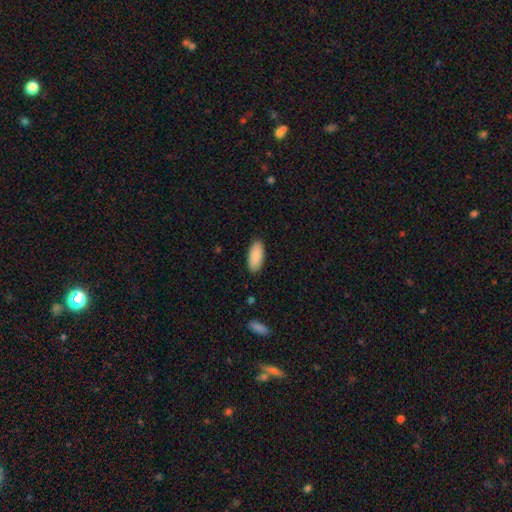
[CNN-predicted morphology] Overall: smooth (89%). How rounded: in between (87%). Merging: none (89%).